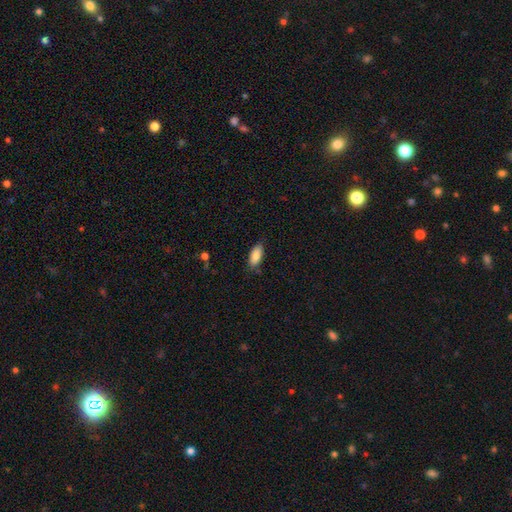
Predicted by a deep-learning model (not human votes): Morphology: type=smooth (87%); roundness=in between (87%); merging=none (81%).